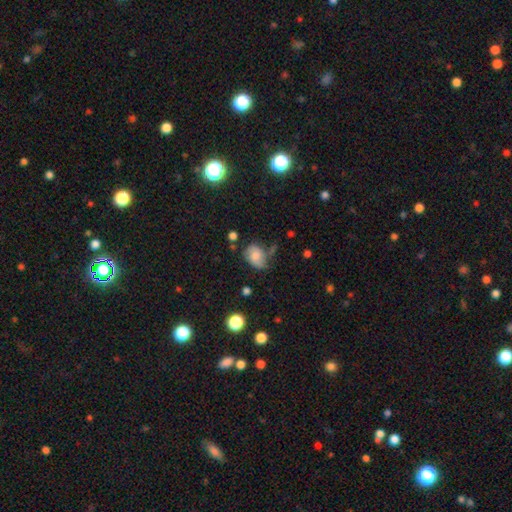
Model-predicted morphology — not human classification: Overall: smooth (67%). How rounded: in between (66%; round 33%). Merging: none (48%; minor disturbance 32%).